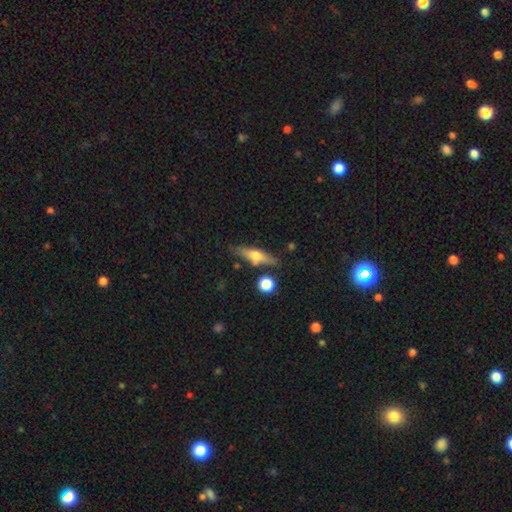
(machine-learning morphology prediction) Smooth or featured? Predicted: smooth (p=0.48). Merging? Predicted: none (p=0.77).